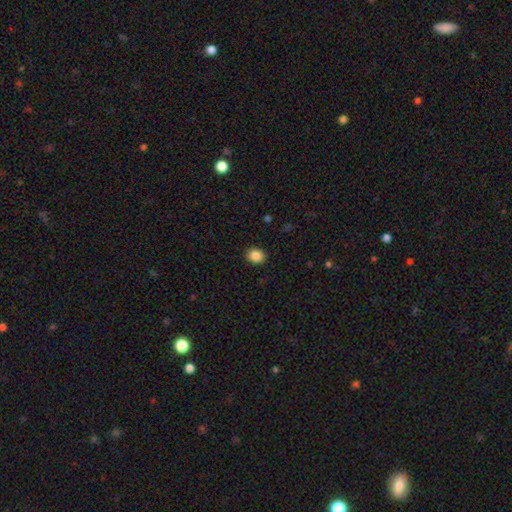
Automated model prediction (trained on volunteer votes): Smooth or featured?
  - smooth: 87% *
  - star or artifact: 9%
  - featured or disk: 3%
How rounded?
  - round: 60% *
  - in between: 40%
  - cigar-shaped: 1%
Merging?
  - none: 90% *
  - minor disturbance: 7%
  - major disturbance: 2%
  - merger: 1%